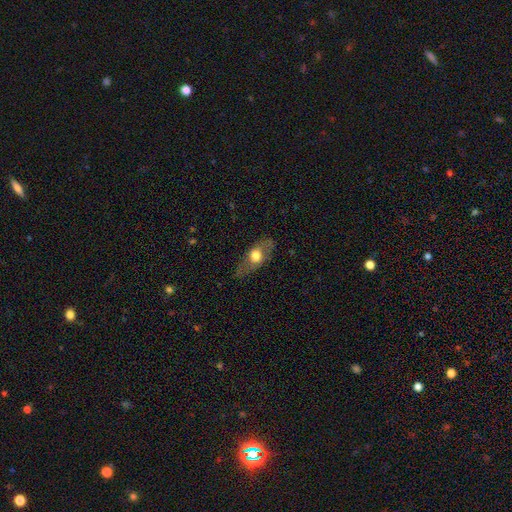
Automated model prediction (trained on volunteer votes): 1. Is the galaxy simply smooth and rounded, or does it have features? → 57% smooth, 36% featured or disk, 7% star or artifact.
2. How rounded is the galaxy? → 71% in between, 15% cigar-shaped, 13% round.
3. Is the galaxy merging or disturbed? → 70% none, 20% minor disturbance, 8% major disturbance, 1% merger.